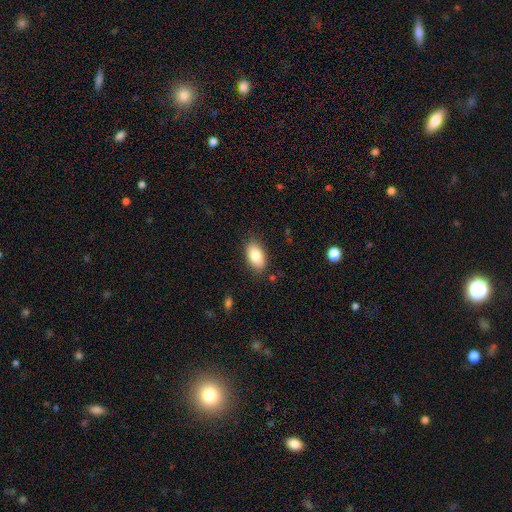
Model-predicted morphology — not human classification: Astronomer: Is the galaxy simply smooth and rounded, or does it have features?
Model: smooth — 84%.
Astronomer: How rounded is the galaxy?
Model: in between — 92%.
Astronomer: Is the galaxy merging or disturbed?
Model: none — 84%.